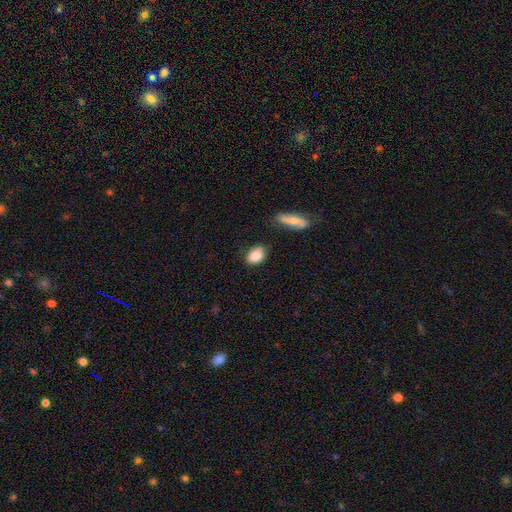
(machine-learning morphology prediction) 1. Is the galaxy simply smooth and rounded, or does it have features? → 87% smooth, 7% star or artifact, 6% featured or disk.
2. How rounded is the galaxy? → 84% in between, 14% round, 2% cigar-shaped.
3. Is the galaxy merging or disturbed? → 72% none, 19% minor disturbance, 5% merger, 4% major disturbance.